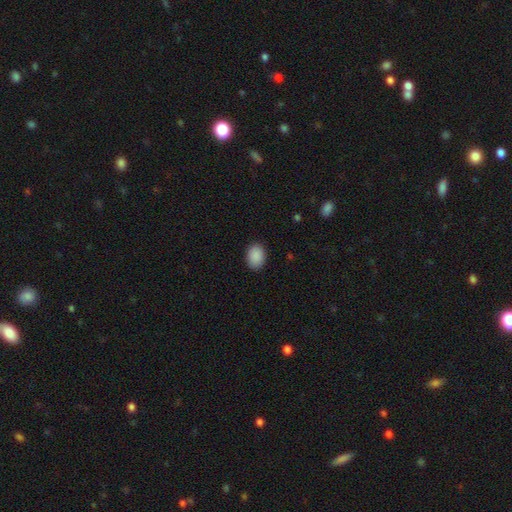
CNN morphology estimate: type=smooth (90%); roundness=in between (74%); merging=none (88%).